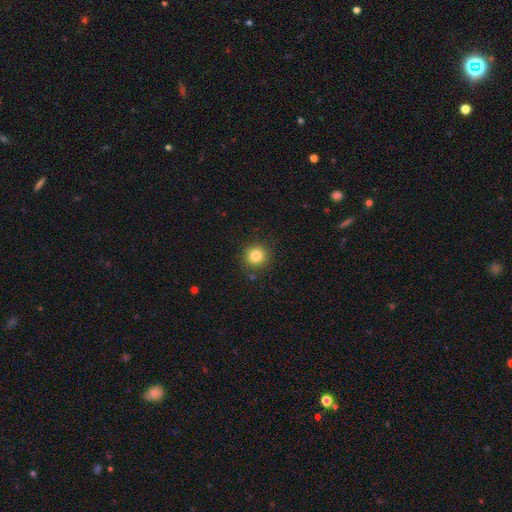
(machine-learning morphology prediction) Smooth or featured: smooth — 82% (star or artifact — 12%)
How rounded: round — 93% (in between — 6%)
Merging: none — 89% (minor disturbance — 7%)